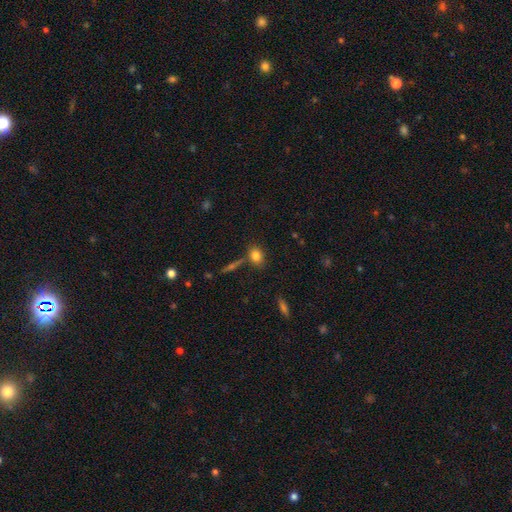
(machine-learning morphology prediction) smooth-or-featured: smooth: 80% | star or artifact: 10% | featured or disk: 10%
  how-rounded: in between: 49% | round: 47% | cigar-shaped: 4%
  merging: none: 71% | minor disturbance: 13% | merger: 12% | major disturbance: 4%